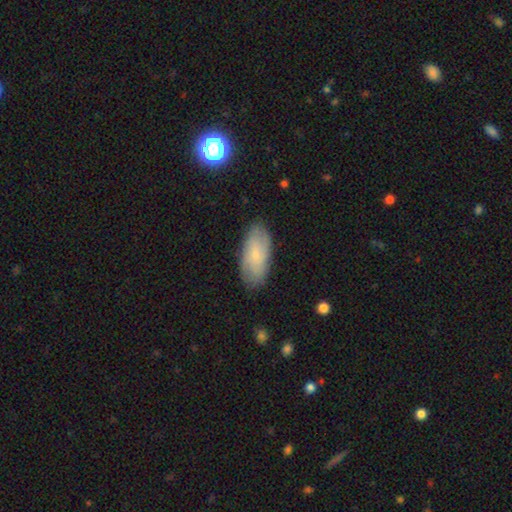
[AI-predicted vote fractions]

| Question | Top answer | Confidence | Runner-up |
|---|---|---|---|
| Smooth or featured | smooth | 61% | featured or disk (33%) |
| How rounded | in between | 90% | cigar-shaped (7%) |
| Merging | none | 81% | minor disturbance (15%) |